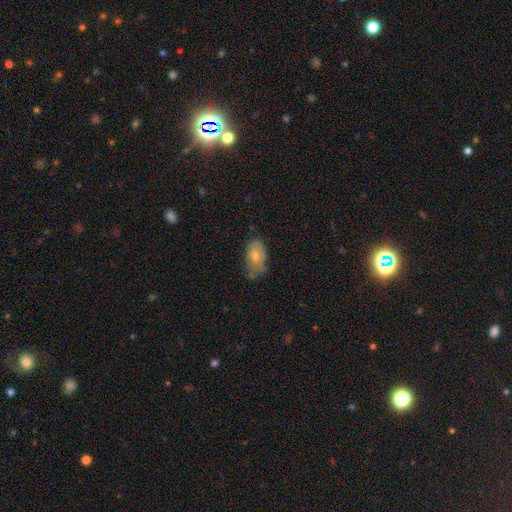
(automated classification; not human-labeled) This is likely a smooth galaxy (69%). How rounded: clearly in between (92%). Merging: possibly none (48%).